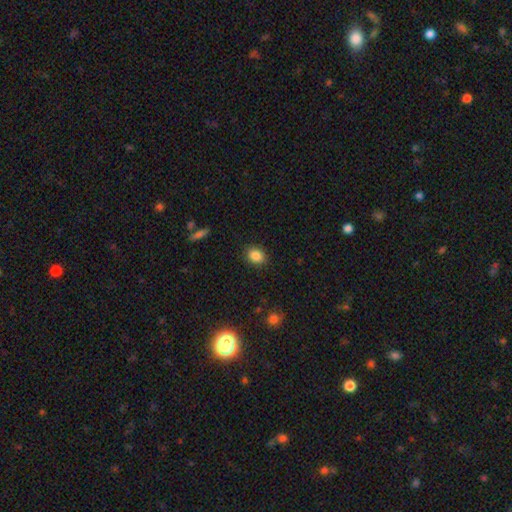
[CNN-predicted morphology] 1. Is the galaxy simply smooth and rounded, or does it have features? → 85% smooth, 10% star or artifact, 5% featured or disk.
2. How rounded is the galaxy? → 54% in between, 45% round, 1% cigar-shaped.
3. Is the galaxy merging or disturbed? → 89% none, 8% minor disturbance, 2% major disturbance, 1% merger.